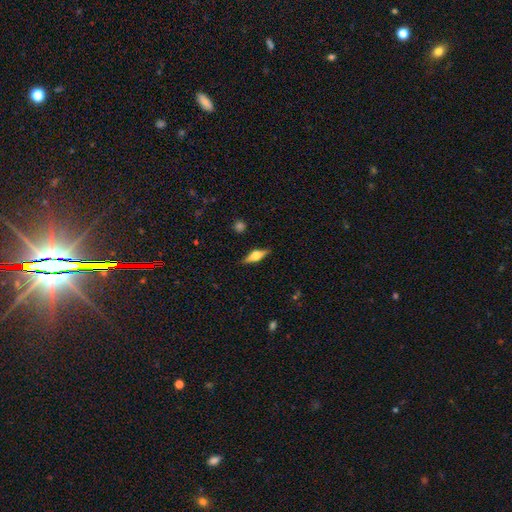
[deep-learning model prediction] Overall: featured or disk (52%; smooth 41%). Edge-on disk: yes (95%). Merging: none (86%).